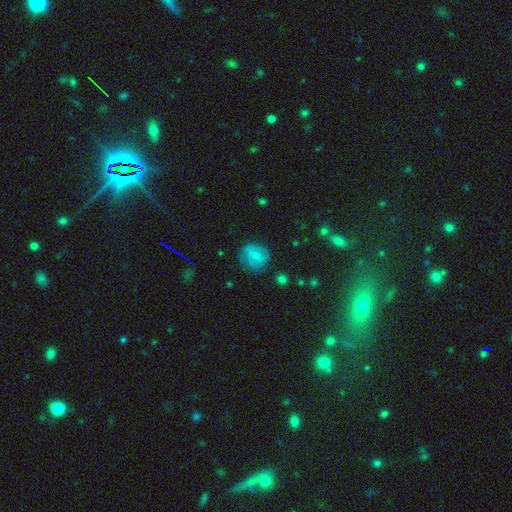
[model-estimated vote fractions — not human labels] Morphology: type=smooth (65%); roundness=round (84%); merging=none (76%).